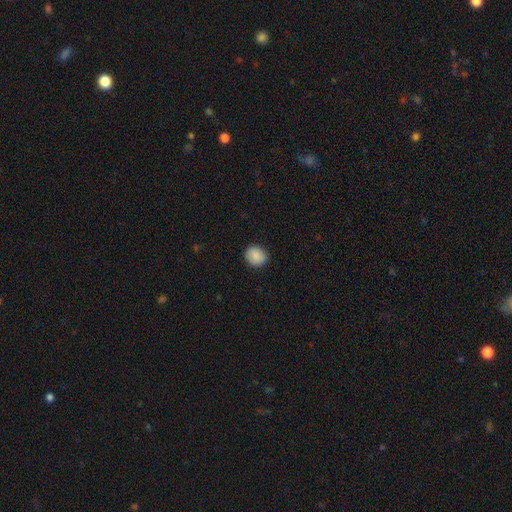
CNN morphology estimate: Smooth or featured? Predicted: smooth (p=0.88). How rounded? Predicted: round (p=0.74). Merging? Predicted: none (p=0.88).